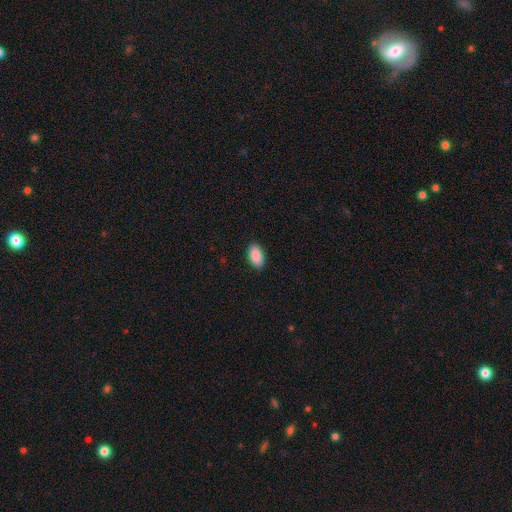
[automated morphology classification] Smooth or featured: smooth — 90% (star or artifact — 6%)
How rounded: in between — 95% (round — 3%)
Merging: none — 89% (minor disturbance — 8%)